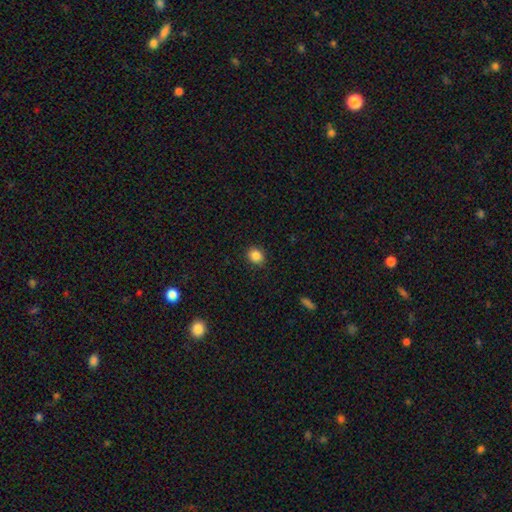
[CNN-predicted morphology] This is clearly a smooth galaxy (86%). How rounded: likely round (69%). Merging: clearly none (89%).